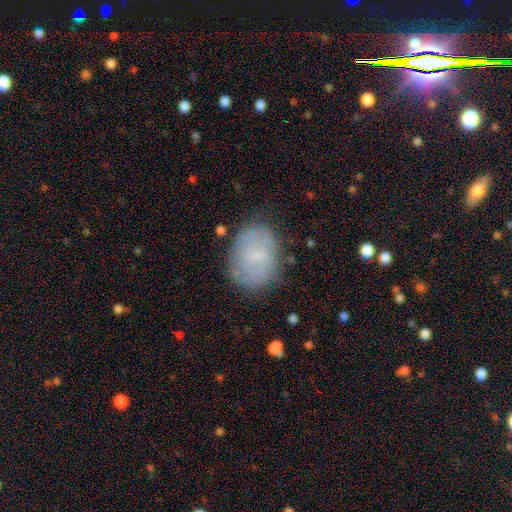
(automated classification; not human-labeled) A smooth galaxy with no disk features (61%) that is in between round and cigar-shaped (64%).

Vote fractions:
- Smooth or featured? smooth: 61% / featured or disk: 31% / star or artifact: 8%
- How rounded? in between: 64% / round: 35% / cigar-shaped: 1%
- Merging? none: 75% / minor disturbance: 18% / major disturbance: 6% / merger: 2%